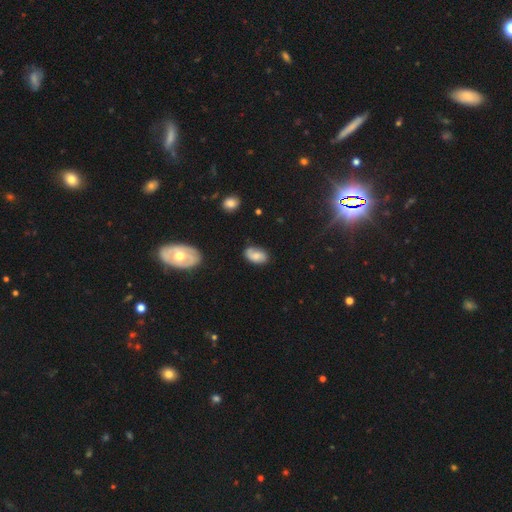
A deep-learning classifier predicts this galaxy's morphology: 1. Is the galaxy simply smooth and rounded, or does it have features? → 62% smooth, 29% featured or disk, 9% star or artifact.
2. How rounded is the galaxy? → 90% in between, 8% round, 2% cigar-shaped.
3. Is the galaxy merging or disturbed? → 65% none, 25% minor disturbance, 6% major disturbance, 4% merger.